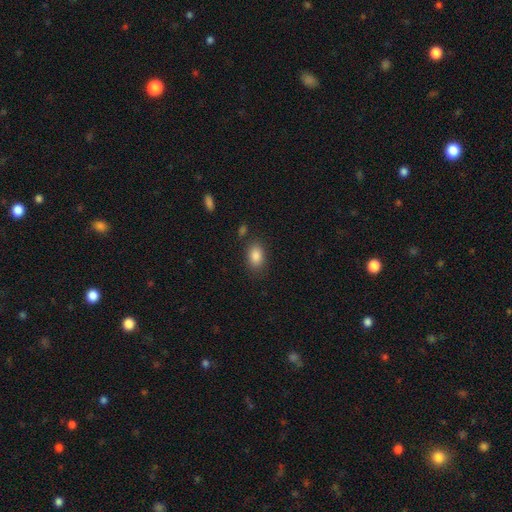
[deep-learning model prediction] smooth 87%, star or artifact 8%, featured or disk 5%. Down the decision tree: how rounded — in between (86%); merging — none (81%).